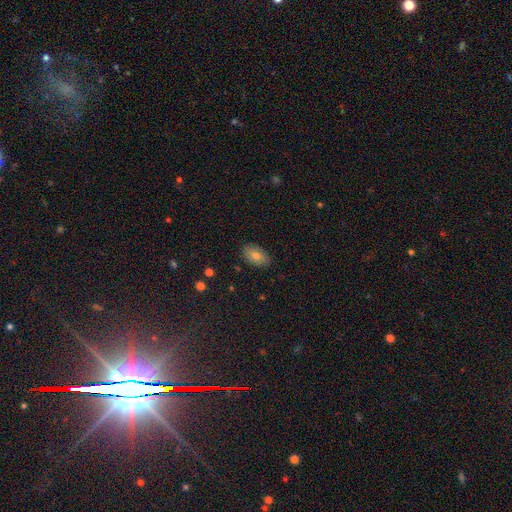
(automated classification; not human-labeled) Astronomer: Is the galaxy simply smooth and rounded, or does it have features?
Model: smooth — 75%.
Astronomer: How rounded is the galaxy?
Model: in between — 92%.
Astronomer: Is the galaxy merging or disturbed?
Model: none — 85%.